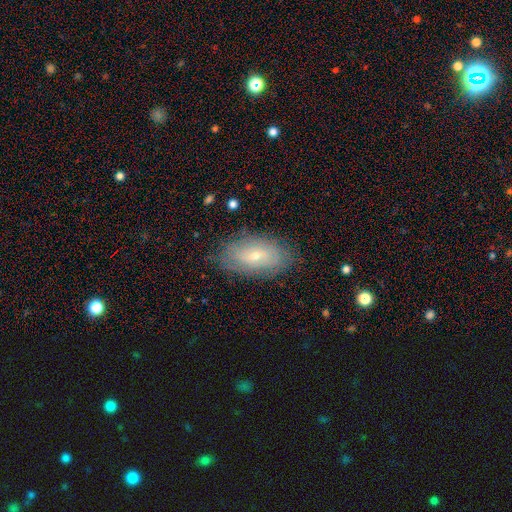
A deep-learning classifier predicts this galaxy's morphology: The model was most divided on "smooth or featured": featured or disk: 49%, smooth: 43%, star or artifact: 9%. More confident: merging — none (82%).